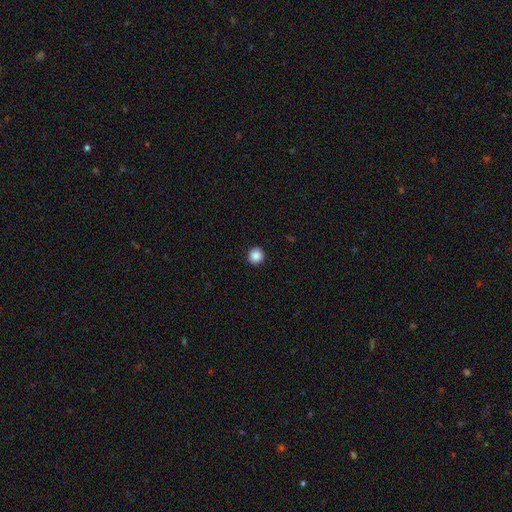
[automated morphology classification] smooth 88%, star or artifact 9%, featured or disk 3%. Down the decision tree: how rounded — round (95%); merging — none (93%).